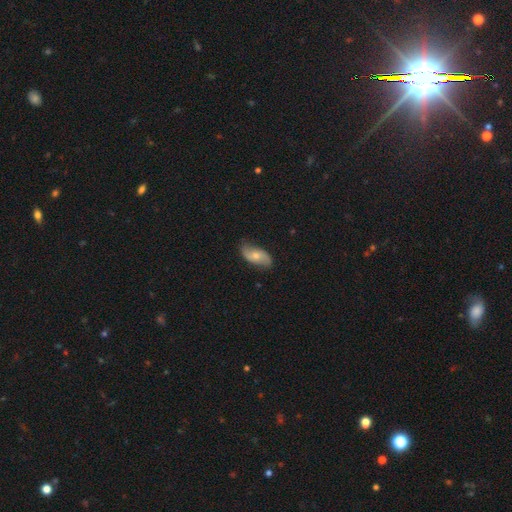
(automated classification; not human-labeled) This appears to be a featured or disk galaxy (51%). Merging: none (76%).